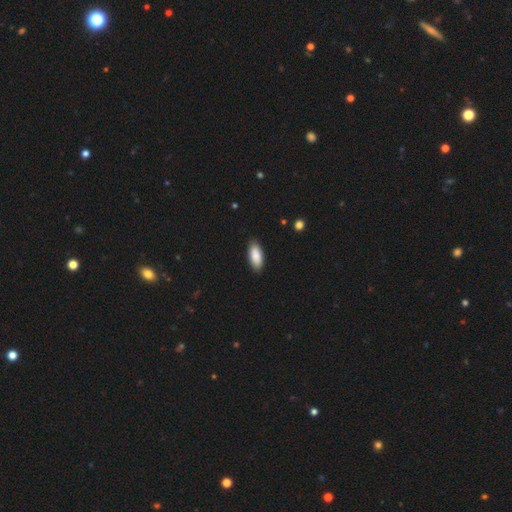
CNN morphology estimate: Q: Smooth or featured?
A: smooth (88%); runner-up: featured or disk (7%)
Q: How rounded?
A: in between (86%); runner-up: cigar-shaped (12%)
Q: Merging?
A: none (88%); runner-up: minor disturbance (9%)